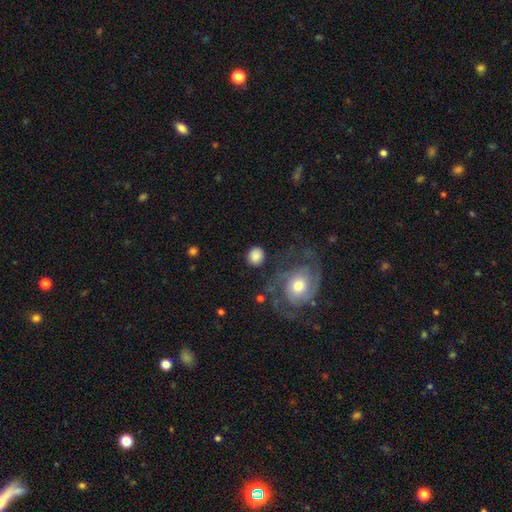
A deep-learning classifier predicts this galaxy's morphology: Smooth or featured? smooth (81%)
How rounded? round (80%)
Merging? none (77%)